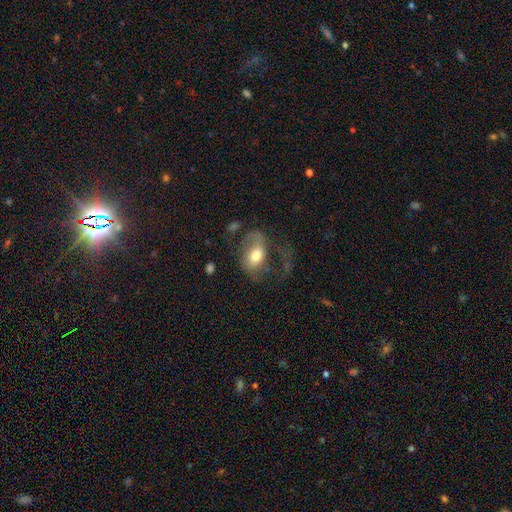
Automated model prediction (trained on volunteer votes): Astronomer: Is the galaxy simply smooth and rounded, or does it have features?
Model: smooth — 56% (runner-up: featured or disk, 37%).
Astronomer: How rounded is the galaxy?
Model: in between — 83%.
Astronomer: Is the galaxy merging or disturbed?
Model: major disturbance — 48% (runner-up: none, 28%).